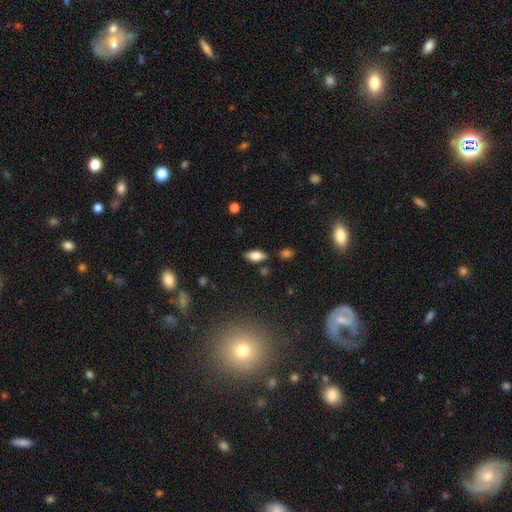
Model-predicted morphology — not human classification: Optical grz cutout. It shows a smooth galaxy with no disk features (70%) that is in between round and cigar-shaped (84%). Merging: none (80%).